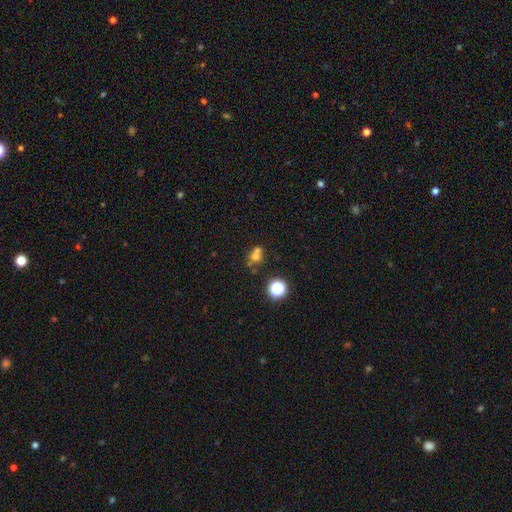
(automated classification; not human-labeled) The model was most divided on "merging": merger: 50%, none: 39%, minor disturbance: 7%, major disturbance: 4%. More confident: how rounded — round (79%); smooth or featured — smooth (61%).